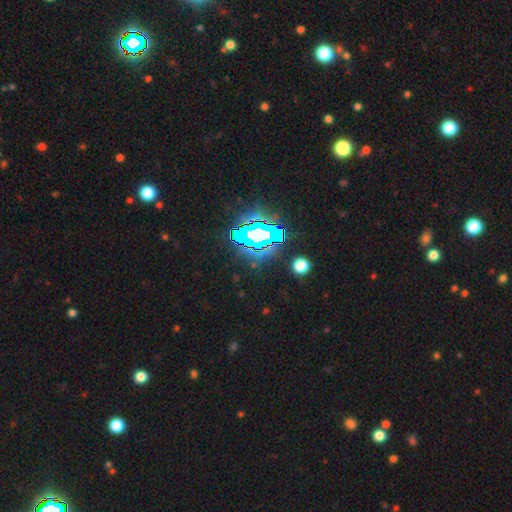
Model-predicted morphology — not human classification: smooth-or-featured: star or artifact: 83% | smooth: 10% | featured or disk: 7%